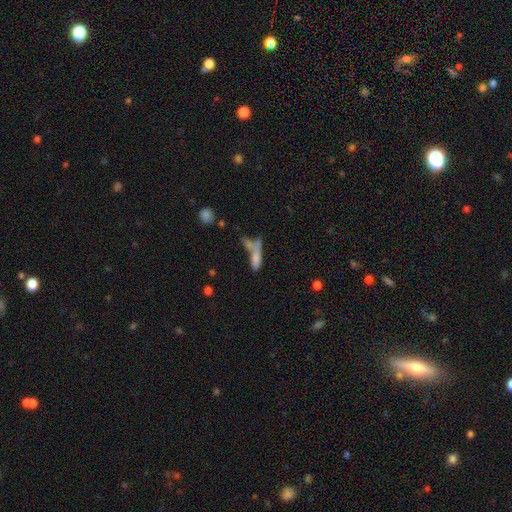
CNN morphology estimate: Q: Smooth or featured?
A: smooth (68%); runner-up: featured or disk (21%)
Q: How rounded?
A: cigar-shaped (55%); runner-up: in between (42%)
Q: Merging?
A: merger (47%); runner-up: none (31%)